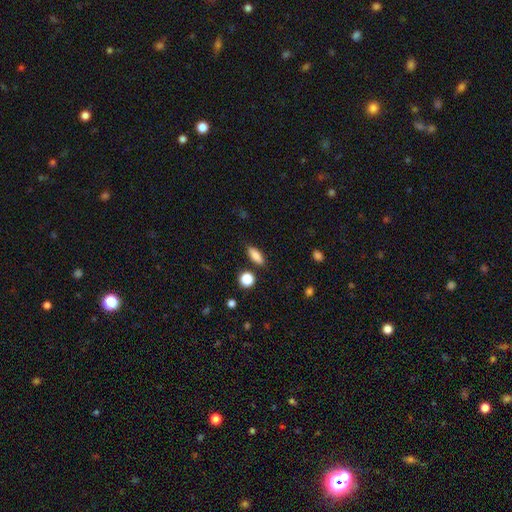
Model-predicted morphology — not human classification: This is clearly a smooth galaxy (84%). How rounded: likely in between (69%). Merging: clearly none (84%).